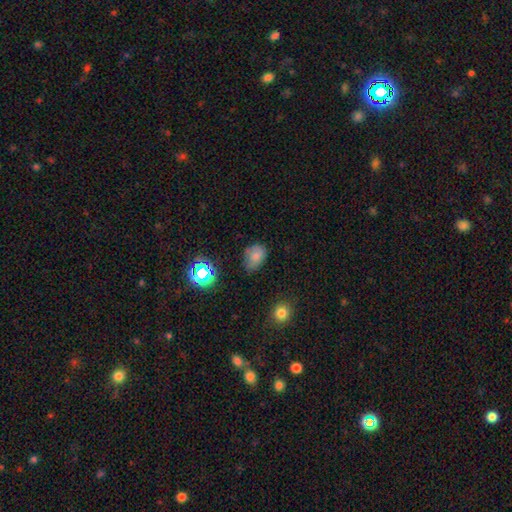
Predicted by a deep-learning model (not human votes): This appears to be a smooth galaxy with no disk features (72%) that is in between round and cigar-shaped (72%). Merging: none (56%).